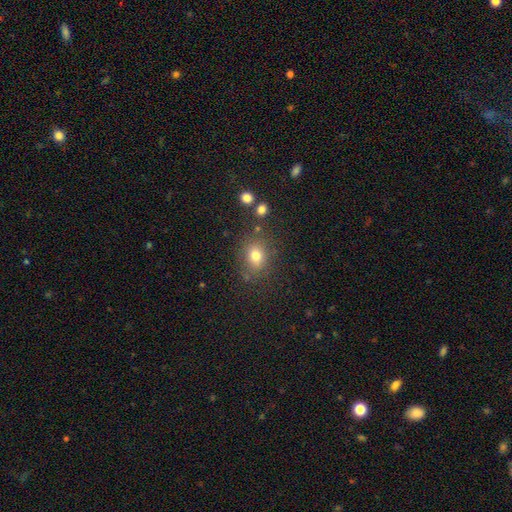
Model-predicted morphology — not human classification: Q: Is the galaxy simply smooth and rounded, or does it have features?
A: smooth — 77%.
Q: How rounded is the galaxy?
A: round — 55%.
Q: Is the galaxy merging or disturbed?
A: none — 77%.